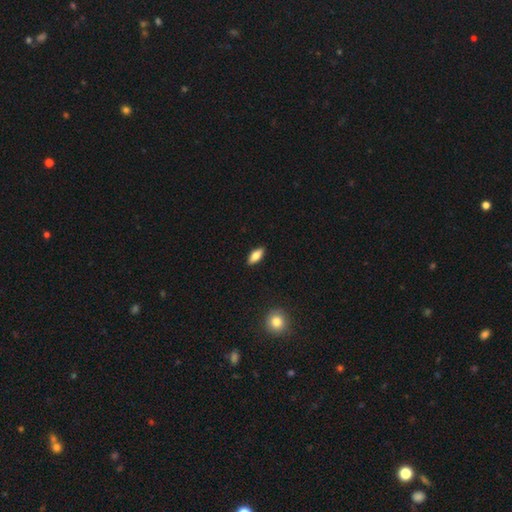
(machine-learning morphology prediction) The model was most divided on "smooth or featured": smooth: 71%, featured or disk: 22%, star or artifact: 7%. More confident: merging — none (89%); how rounded — in between (77%).